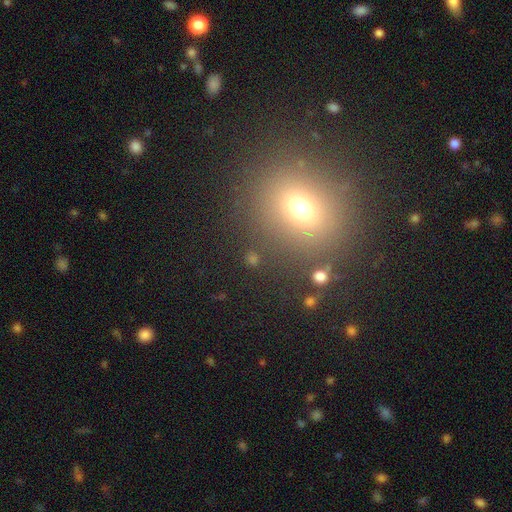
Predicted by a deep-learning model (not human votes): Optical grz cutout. It shows a smooth galaxy with no disk features (61%) that is round (73%). Merging: none (83%).